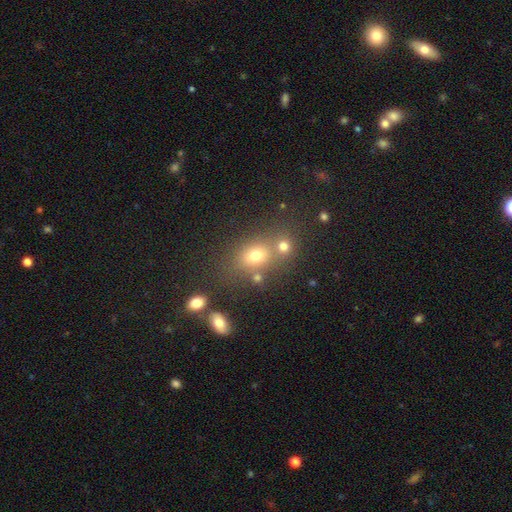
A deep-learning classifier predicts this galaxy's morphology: Smooth or featured? Predicted: smooth (p=0.67). How rounded? Predicted: in between (p=0.54). Merging? Predicted: none (p=0.56).